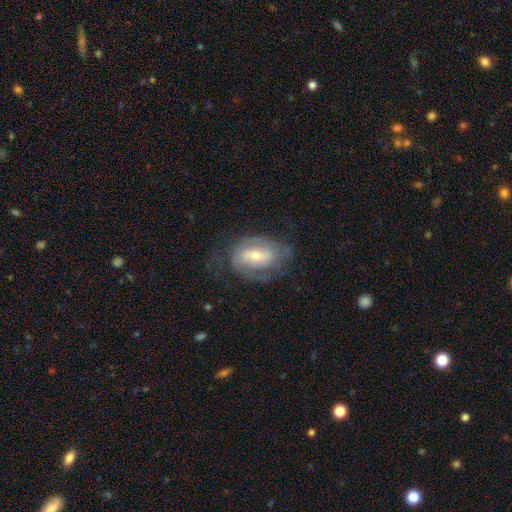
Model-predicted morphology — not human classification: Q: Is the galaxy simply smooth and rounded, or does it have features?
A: featured or disk — 72%.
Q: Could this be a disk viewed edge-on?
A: no — 95%.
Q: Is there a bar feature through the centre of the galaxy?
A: weak — 44%.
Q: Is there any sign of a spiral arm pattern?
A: yes — 82%.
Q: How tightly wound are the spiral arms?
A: medium — 41%.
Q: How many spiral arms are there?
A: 2 — 57%.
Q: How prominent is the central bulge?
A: moderate — 53%.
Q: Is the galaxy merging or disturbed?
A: none — 58%.